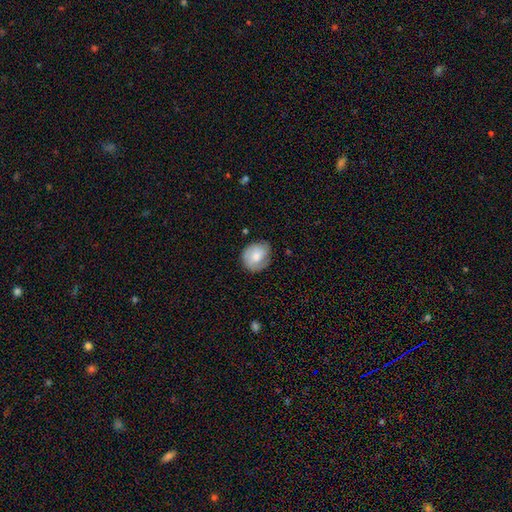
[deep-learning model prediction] The model was most divided on "smooth or featured": smooth: 51%, featured or disk: 42%, star or artifact: 7%. More confident: how rounded — round (72%); merging — none (71%).